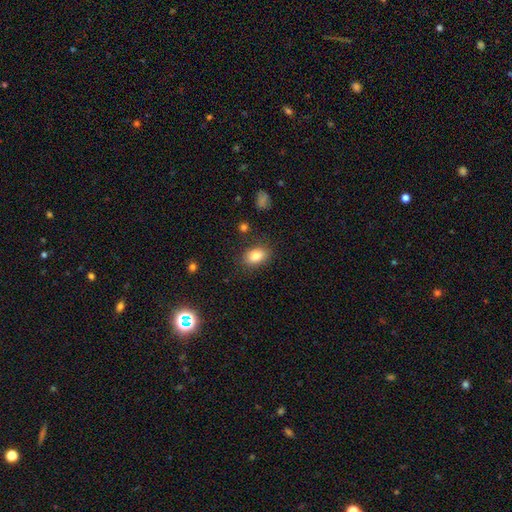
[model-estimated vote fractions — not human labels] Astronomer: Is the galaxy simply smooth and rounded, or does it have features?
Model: smooth — 83%.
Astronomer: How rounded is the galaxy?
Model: in between — 82%.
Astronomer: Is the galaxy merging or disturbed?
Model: none — 84%.